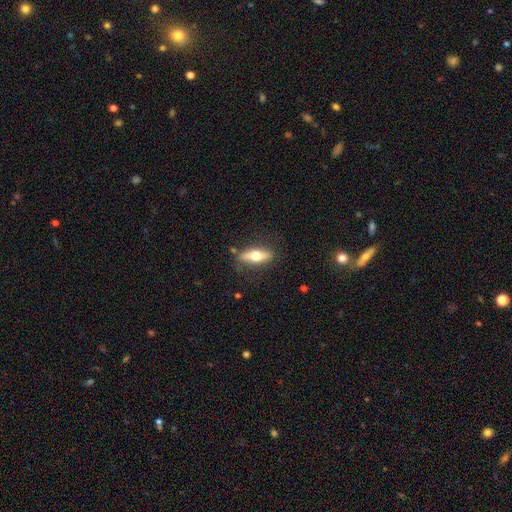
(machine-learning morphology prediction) smooth_or_featured: smooth (p=0.54) [alt: featured or disk p=0.40]
how_rounded: in between (p=0.54) [alt: cigar-shaped p=0.43]
merging: none (p=0.81) [alt: minor disturbance p=0.13]